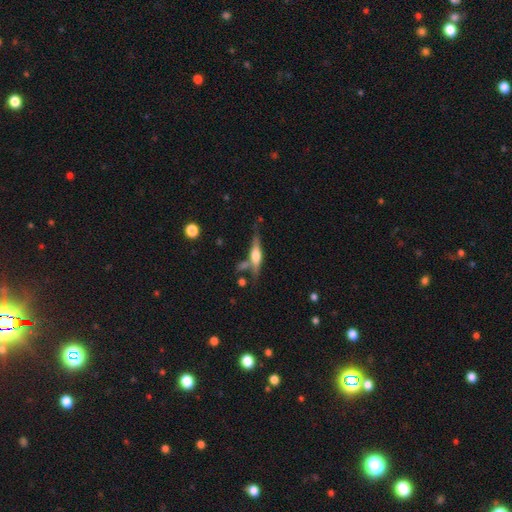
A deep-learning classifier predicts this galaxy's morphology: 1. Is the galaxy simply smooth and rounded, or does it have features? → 62% featured or disk, 31% smooth, 6% star or artifact.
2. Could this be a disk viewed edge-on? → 94% yes, 6% no.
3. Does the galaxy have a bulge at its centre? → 86% rounded, 9% boxy, 4% none.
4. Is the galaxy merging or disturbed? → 65% none, 17% minor disturbance, 13% merger, 6% major disturbance.